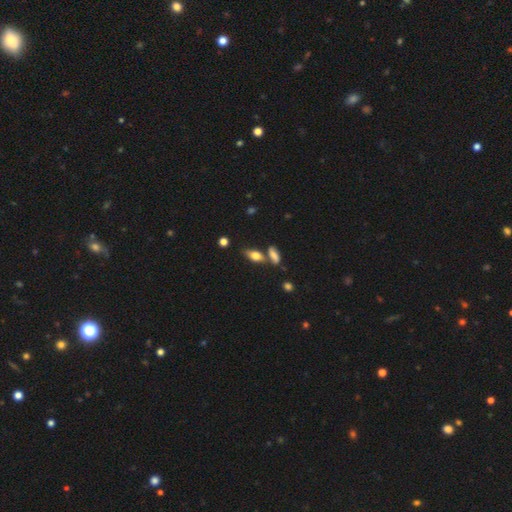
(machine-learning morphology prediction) Smooth or featured: smooth — 70% (featured or disk — 20%)
How rounded: in between — 77% (cigar-shaped — 16%)
Merging: none — 61% (merger — 20%)